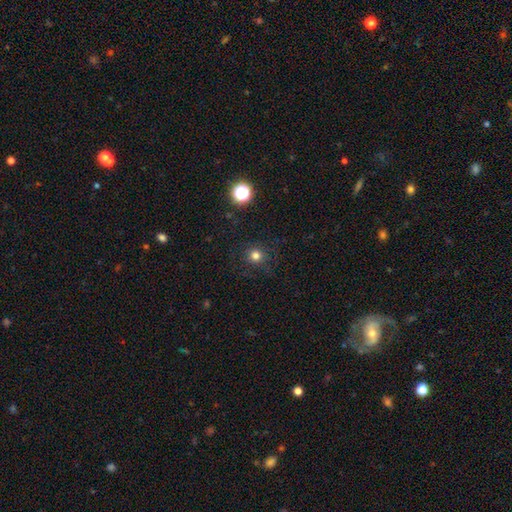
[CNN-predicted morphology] This is likely a smooth galaxy (79%). How rounded: clearly round (92%). Merging: clearly none (87%).